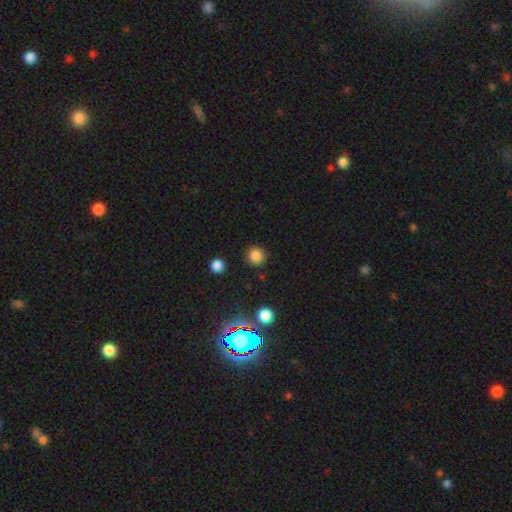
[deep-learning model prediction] Smooth or featured: smooth — 81% (star or artifact — 15%)
How rounded: round — 92% (in between — 7%)
Merging: none — 89% (minor disturbance — 7%)